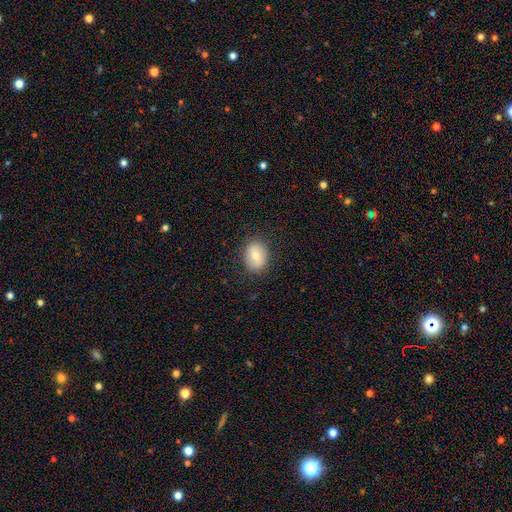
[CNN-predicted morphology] smooth_or_featured: smooth (p=0.74) [alt: featured or disk p=0.18]
how_rounded: in between (p=0.66) [alt: round p=0.33]
merging: none (p=0.84) [alt: minor disturbance p=0.12]